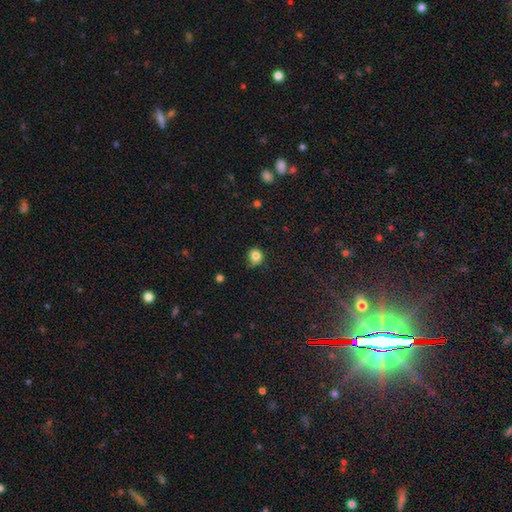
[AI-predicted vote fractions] A smooth galaxy with no disk features (82%) that is round (84%). Merging: none (63%).